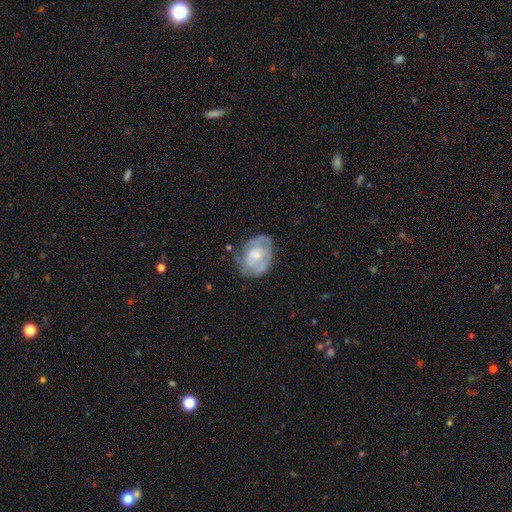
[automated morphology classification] This appears to be a featured or disk galaxy (55%) with no bar (76%), spiral arms (51%) and a small central bulge (44%). Merging: none (57%).